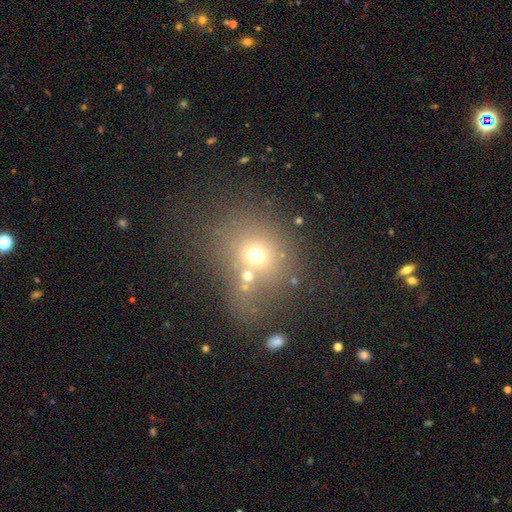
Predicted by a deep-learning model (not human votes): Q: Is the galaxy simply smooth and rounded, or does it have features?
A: smooth — 62%.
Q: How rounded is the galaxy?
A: round — 75%.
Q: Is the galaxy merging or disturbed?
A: none — 59%.